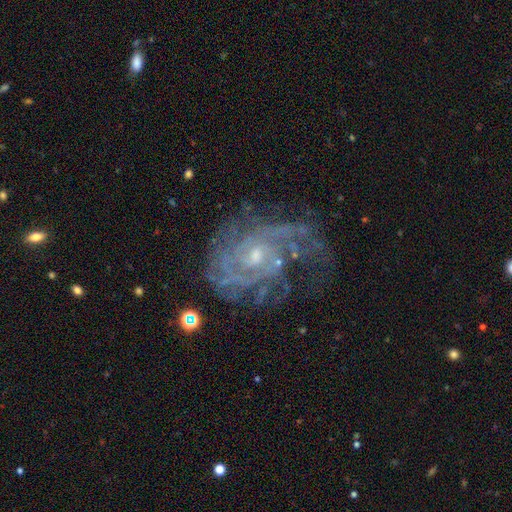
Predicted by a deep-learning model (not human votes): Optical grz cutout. It shows a featured or disk galaxy (84%) with no bar (67%), tight (57%) spiral arms (94%) and a small central bulge (66%). Merging: none (58%).